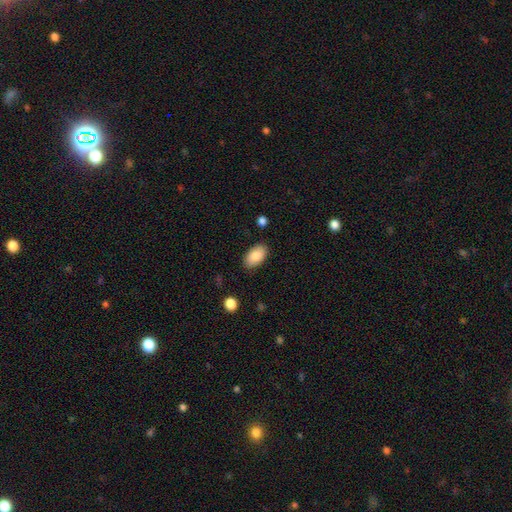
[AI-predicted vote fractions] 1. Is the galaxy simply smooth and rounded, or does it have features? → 87% smooth, 7% featured or disk, 7% star or artifact.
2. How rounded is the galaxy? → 94% in between, 4% round, 1% cigar-shaped.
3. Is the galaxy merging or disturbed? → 86% none, 10% minor disturbance, 2% major disturbance, 1% merger.